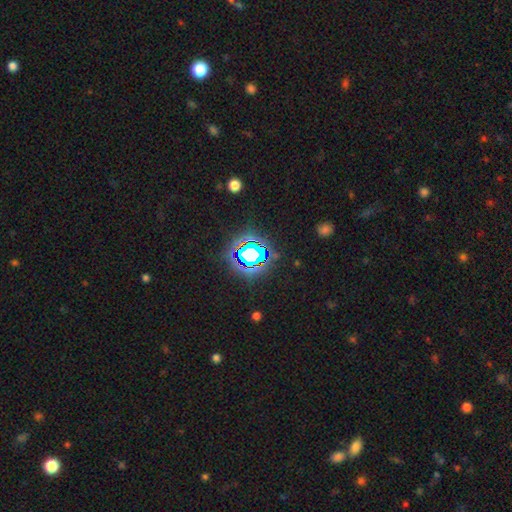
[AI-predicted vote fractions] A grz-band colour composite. It shows a star or artifact, not a galaxy (72%).